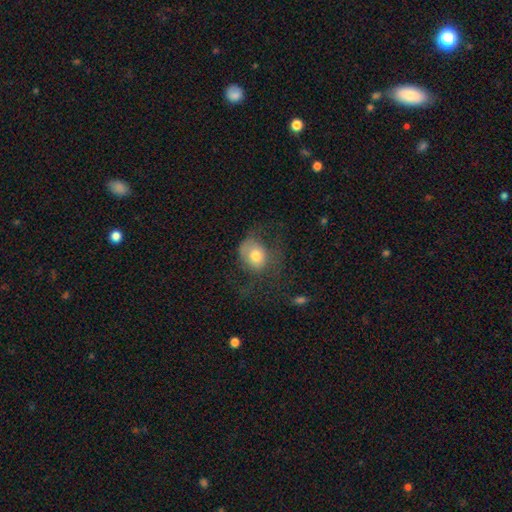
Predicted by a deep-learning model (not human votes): The model was most divided on "merging": major disturbance: 39%, none: 36%, minor disturbance: 22%, merger: 2%. More confident: smooth or featured — smooth (67%); how rounded — round (54%).